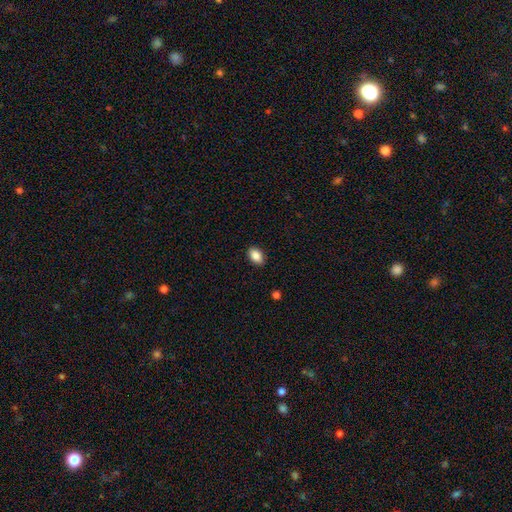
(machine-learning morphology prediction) smooth 87%, star or artifact 8%, featured or disk 5%. Down the decision tree: how rounded — in between (86%); merging — none (89%).